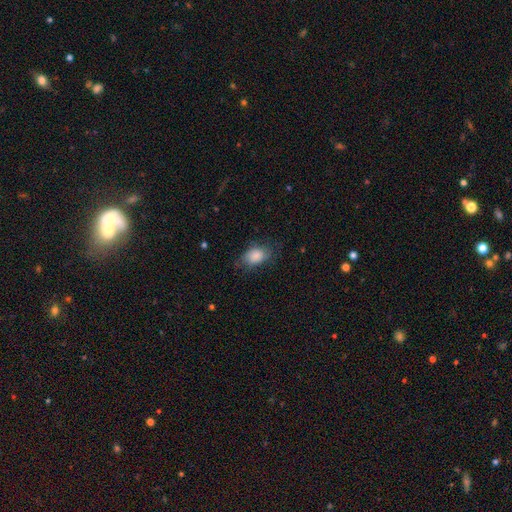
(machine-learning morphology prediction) smooth_or_featured: smooth (p=0.83) [alt: featured or disk p=0.10]
how_rounded: in between (p=0.85) [alt: round p=0.14]
merging: none (p=0.66) [alt: minor disturbance p=0.23]